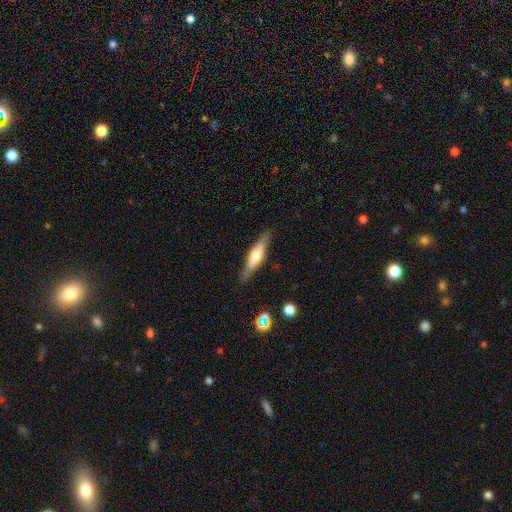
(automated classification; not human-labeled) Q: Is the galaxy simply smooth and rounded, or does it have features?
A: featured or disk — 55%.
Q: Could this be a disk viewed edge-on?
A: yes — 92%.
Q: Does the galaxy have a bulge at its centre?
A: rounded — 85%.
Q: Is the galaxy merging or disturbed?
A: none — 86%.